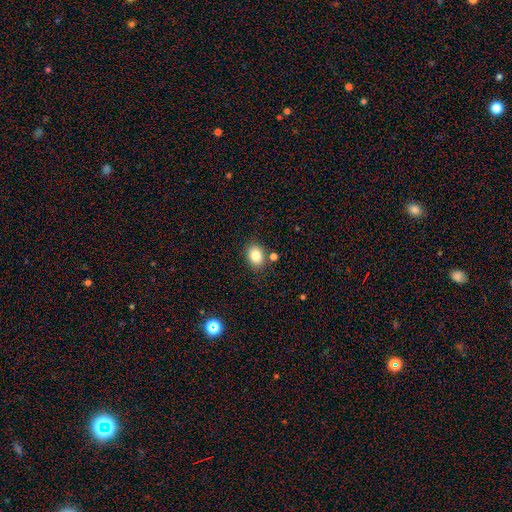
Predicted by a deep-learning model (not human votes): Smooth or featured: smooth — 84% (star or artifact — 10%)
How rounded: in between — 64% (round — 35%)
Merging: none — 78% (minor disturbance — 11%)